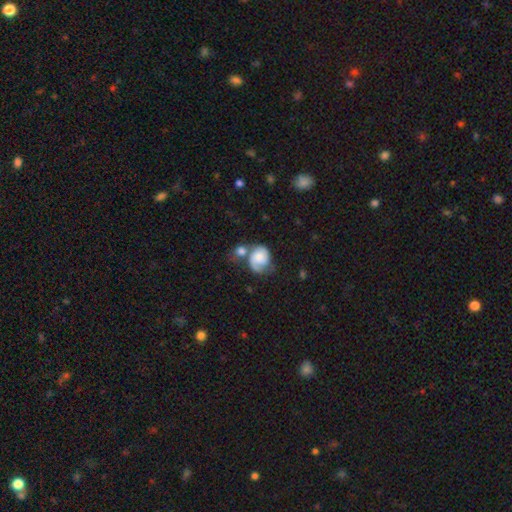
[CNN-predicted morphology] featured or disk 48%, smooth 39%, star or artifact 13%. Down the decision tree: merging — none (45%).